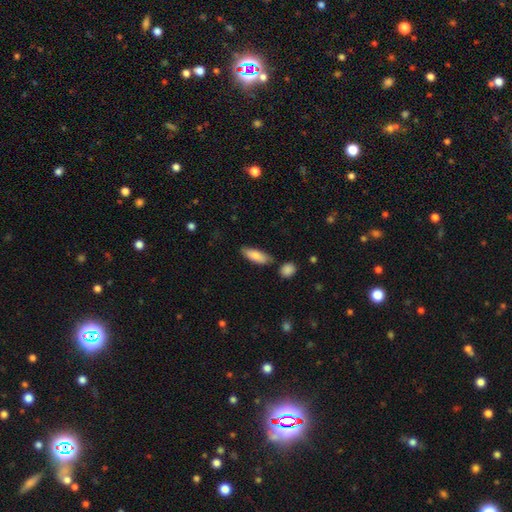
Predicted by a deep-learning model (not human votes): A smooth galaxy with no disk features (84%) that is in between round and cigar-shaped (62%). Merging: none (74%).